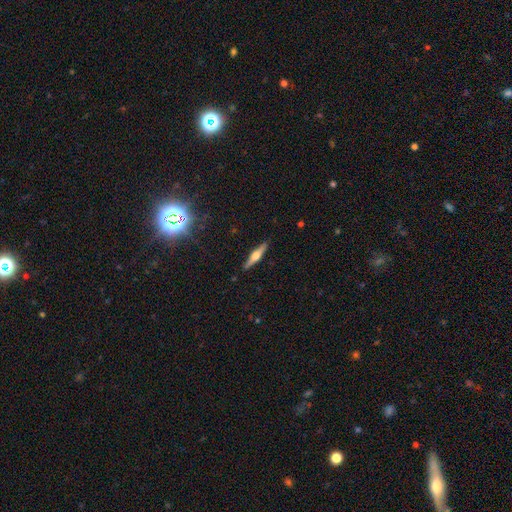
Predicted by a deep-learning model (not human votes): Smooth or featured?
  - featured or disk: 67% *
  - smooth: 27%
  - star or artifact: 6%
Edge-on disk?
  - yes: 97% *
  - no: 3%
Edge-on bulge?
  - rounded: 91% *
  - boxy: 7%
  - none: 3%
Merging?
  - none: 91% *
  - minor disturbance: 7%
  - major disturbance: 1%
  - merger: 1%